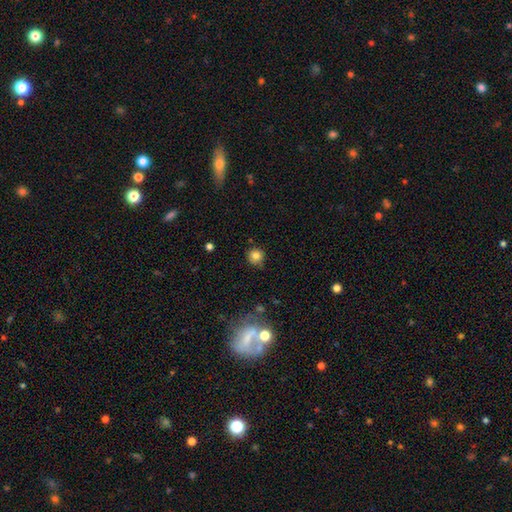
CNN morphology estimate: smooth 81%, star or artifact 12%, featured or disk 7%. Down the decision tree: how rounded — round (93%); merging — none (82%).